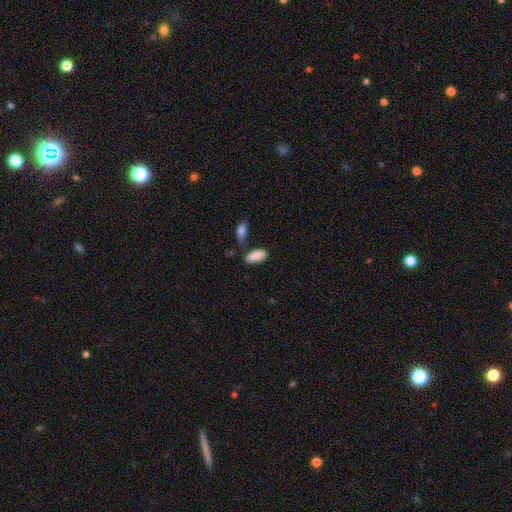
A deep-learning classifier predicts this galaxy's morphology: type=smooth (88%); roundness=in between (85%); merging=none (62%).